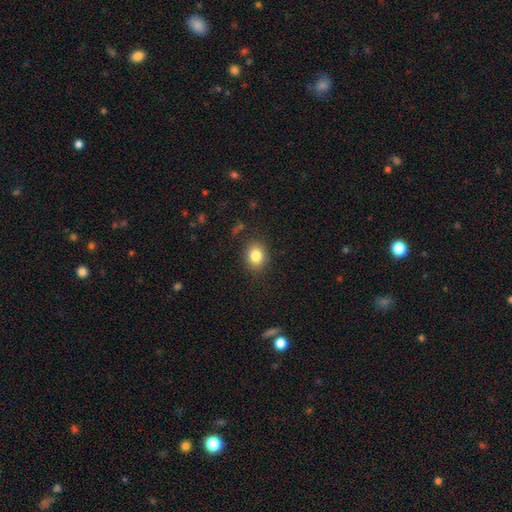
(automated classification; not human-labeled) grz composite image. It shows a smooth galaxy with no disk features (83%) that is round (60%). Merging: none (86%).